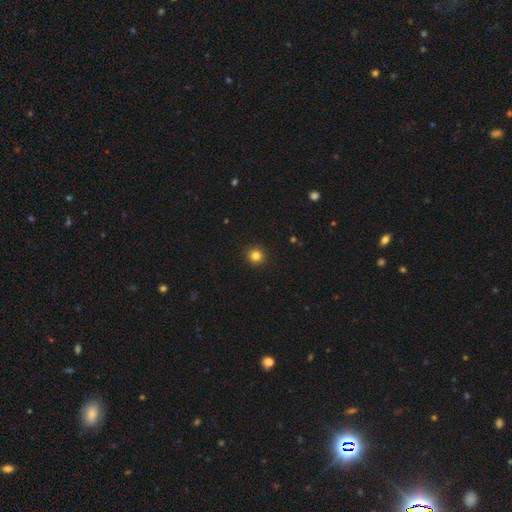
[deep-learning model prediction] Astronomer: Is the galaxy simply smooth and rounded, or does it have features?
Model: smooth — 82%.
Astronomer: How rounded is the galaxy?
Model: round — 95%.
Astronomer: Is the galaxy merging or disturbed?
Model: none — 93%.